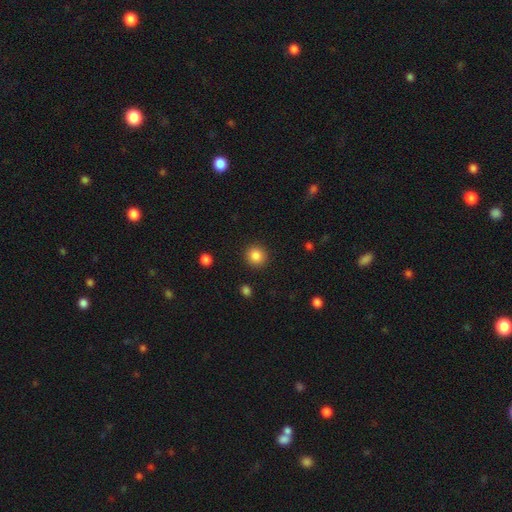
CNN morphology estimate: type=smooth (87%); roundness=round (90%); merging=none (91%).